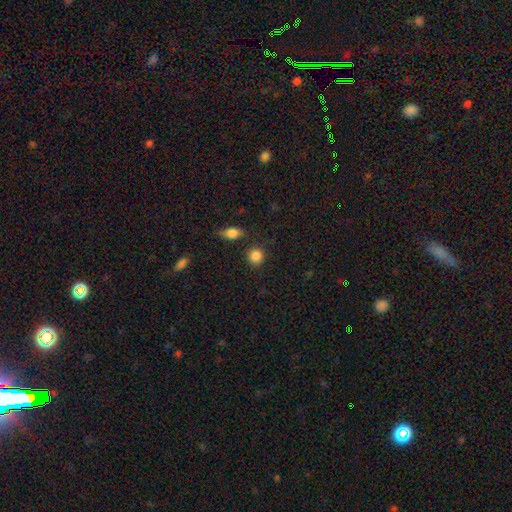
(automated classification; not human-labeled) Smooth or featured?
  - smooth: 86% *
  - star or artifact: 10%
  - featured or disk: 4%
How rounded?
  - round: 87% *
  - in between: 12%
  - cigar-shaped: 1%
Merging?
  - none: 83% *
  - minor disturbance: 9%
  - merger: 5%
  - major disturbance: 3%